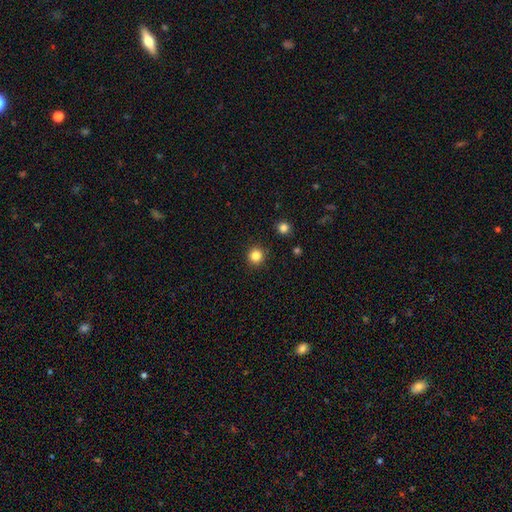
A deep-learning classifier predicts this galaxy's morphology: Smooth or featured?
  - smooth: 84% *
  - star or artifact: 12%
  - featured or disk: 4%
How rounded?
  - round: 95% *
  - in between: 4%
  - cigar-shaped: 1%
Merging?
  - none: 92% *
  - minor disturbance: 5%
  - major disturbance: 2%
  - merger: 2%